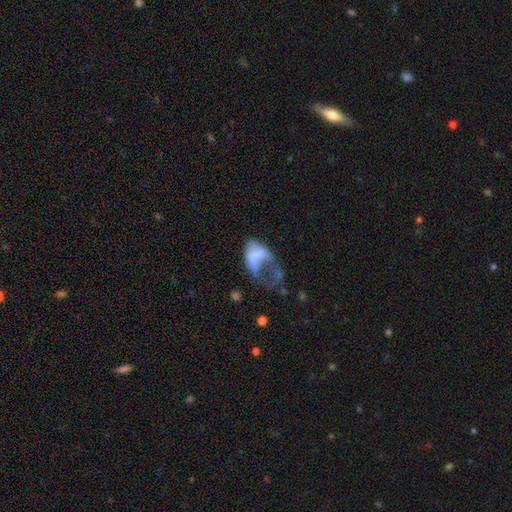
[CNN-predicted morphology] smooth 52%, featured or disk 36%, star or artifact 12%. Down the decision tree: how rounded — in between (85%); merging — major disturbance (62%).